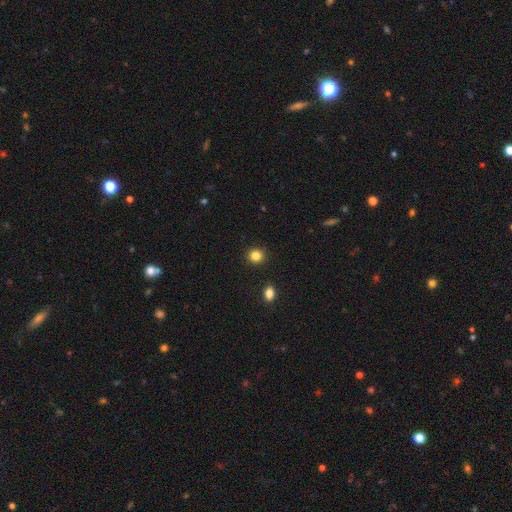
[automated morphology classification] Smooth or featured?
  - smooth: 85% *
  - star or artifact: 11%
  - featured or disk: 4%
How rounded?
  - round: 87% *
  - in between: 12%
  - cigar-shaped: 1%
Merging?
  - none: 92% *
  - minor disturbance: 5%
  - major disturbance: 2%
  - merger: 1%